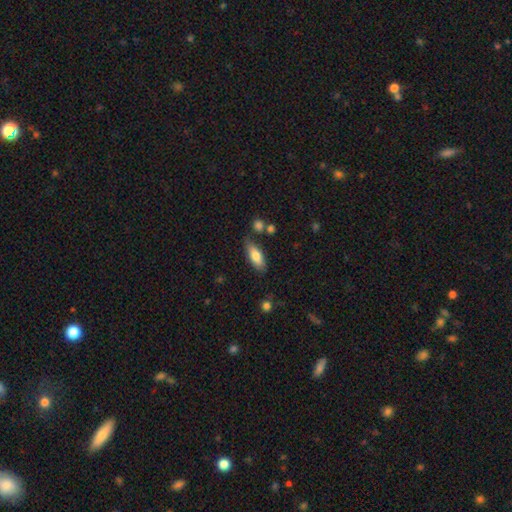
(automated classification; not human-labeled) Morphology: type=smooth (76%); roundness=in between (73%); merging=none (73%).